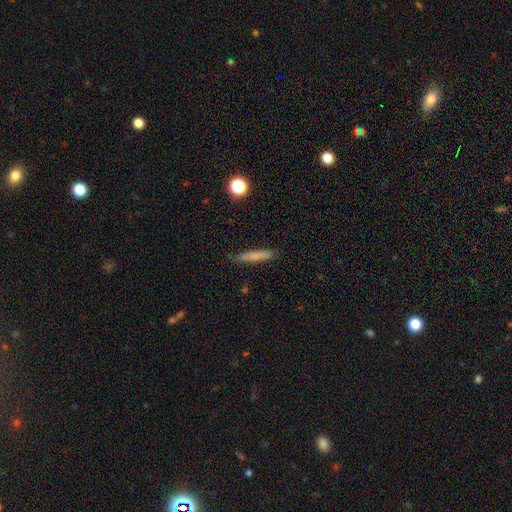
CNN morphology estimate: Smooth or featured?
  - smooth: 75% *
  - featured or disk: 17%
  - star or artifact: 8%
How rounded?
  - cigar-shaped: 91% *
  - in between: 7%
  - round: 2%
Merging?
  - none: 83% *
  - minor disturbance: 13%
  - major disturbance: 3%
  - merger: 2%